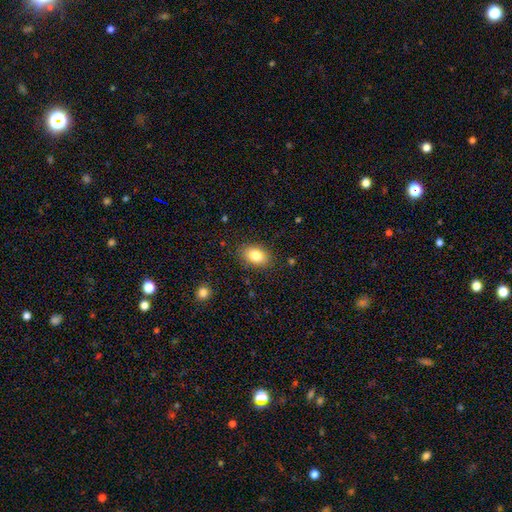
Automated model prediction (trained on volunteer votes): Q: Smooth or featured?
A: smooth (83%); runner-up: featured or disk (9%)
Q: How rounded?
A: in between (85%); runner-up: round (14%)
Q: Merging?
A: none (85%); runner-up: minor disturbance (11%)